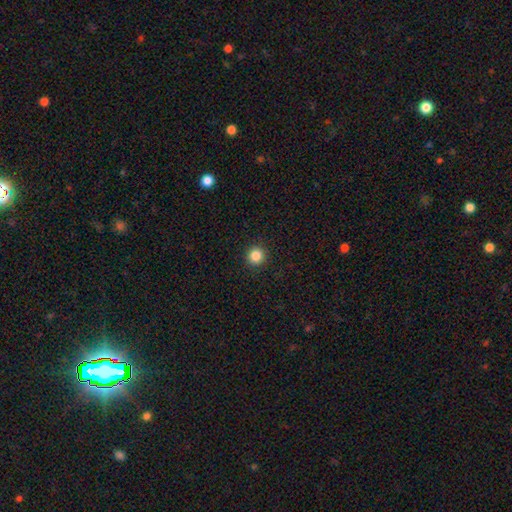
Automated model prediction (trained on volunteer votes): Overall: smooth (85%). How rounded: round (95%). Merging: none (93%).